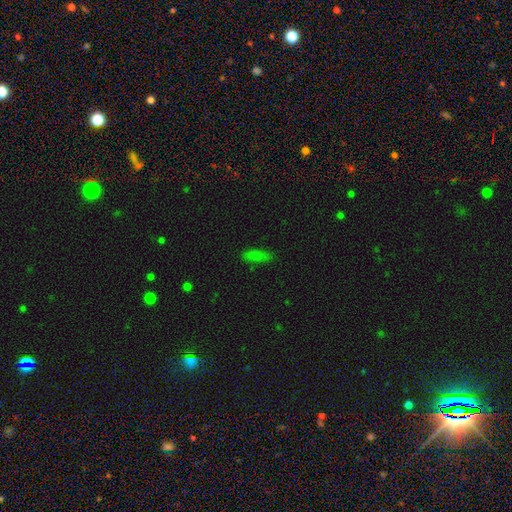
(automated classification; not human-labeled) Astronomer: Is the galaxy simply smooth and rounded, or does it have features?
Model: smooth — 80%.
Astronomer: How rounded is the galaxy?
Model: in between — 63%.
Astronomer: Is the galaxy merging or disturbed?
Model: none — 80%.